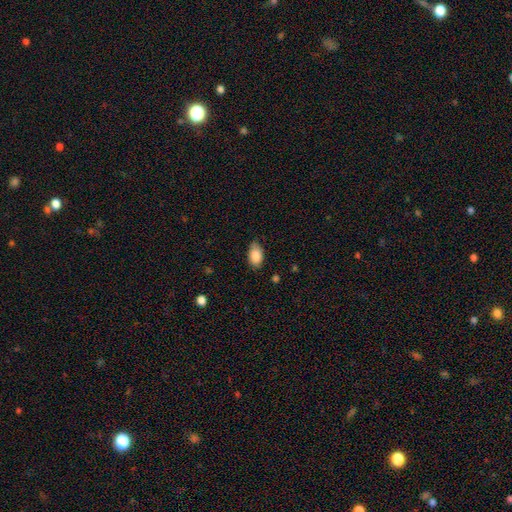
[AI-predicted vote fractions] Morphology: type=smooth (86%); roundness=in between (91%); merging=none (73%).